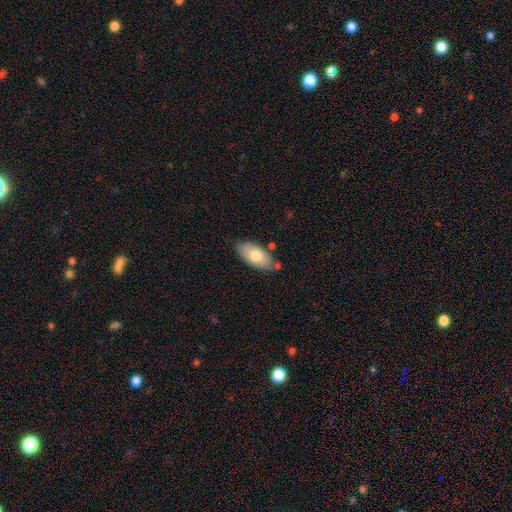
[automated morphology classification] A smooth galaxy with no disk features (74%) that is in between round and cigar-shaped (91%). Merging: none (75%).